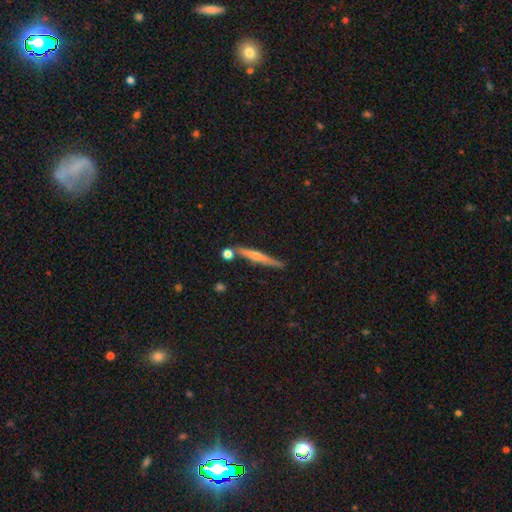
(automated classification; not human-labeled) This appears to be a featured or disk galaxy (57%) viewed edge-on (97%) with a rounded central bulge (67%). Merging: none (80%).